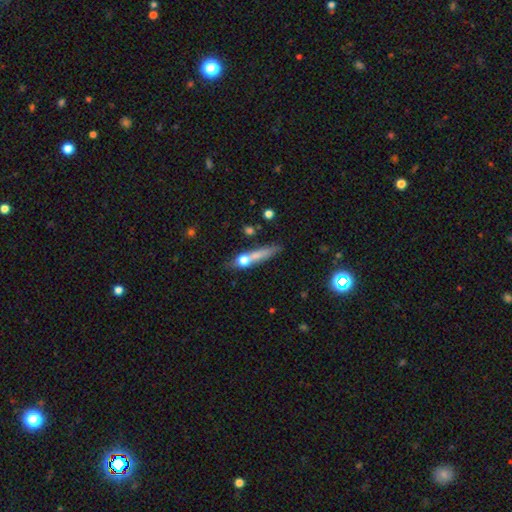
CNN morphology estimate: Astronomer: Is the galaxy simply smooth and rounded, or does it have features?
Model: smooth — 57% (runner-up: featured or disk, 32%).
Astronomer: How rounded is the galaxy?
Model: cigar-shaped — 77%.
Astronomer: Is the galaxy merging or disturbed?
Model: none — 57%.